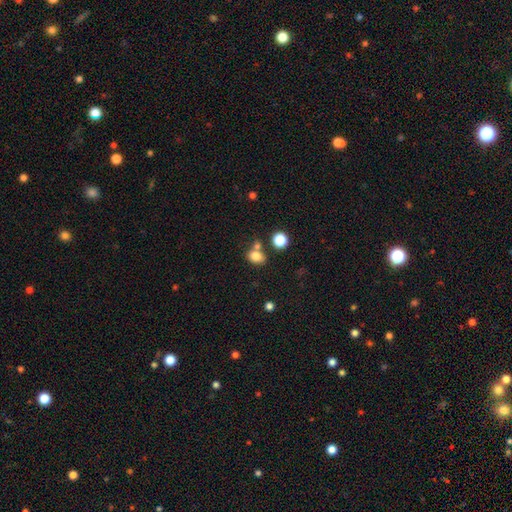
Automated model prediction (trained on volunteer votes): Smooth or featured: smooth — 80% (star or artifact — 12%)
How rounded: in between — 59% (round — 40%)
Merging: none — 57% (merger — 26%)